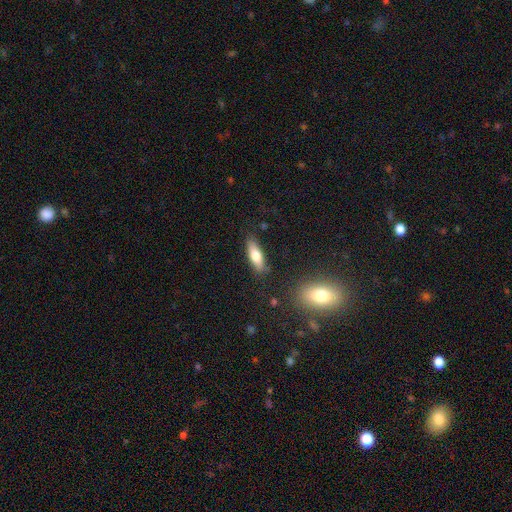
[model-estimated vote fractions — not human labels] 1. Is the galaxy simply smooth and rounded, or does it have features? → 71% smooth, 22% featured or disk, 7% star or artifact.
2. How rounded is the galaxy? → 52% in between, 45% cigar-shaped, 2% round.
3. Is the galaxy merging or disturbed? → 83% none, 12% minor disturbance, 3% major disturbance, 2% merger.